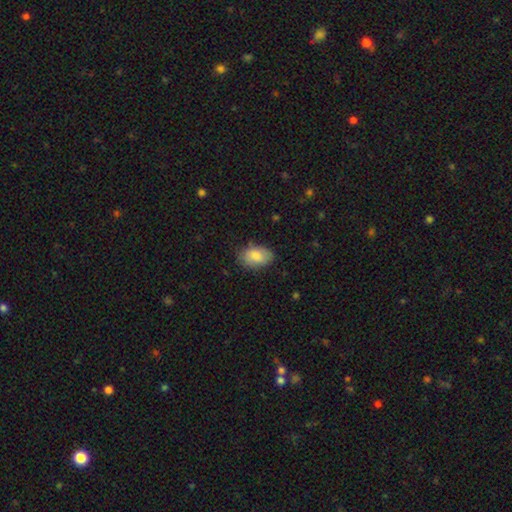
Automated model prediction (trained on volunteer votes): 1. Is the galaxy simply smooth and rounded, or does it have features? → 82% smooth, 11% featured or disk, 6% star or artifact.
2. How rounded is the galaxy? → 89% in between, 9% round, 1% cigar-shaped.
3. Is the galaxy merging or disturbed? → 76% none, 19% minor disturbance, 4% major disturbance, 1% merger.